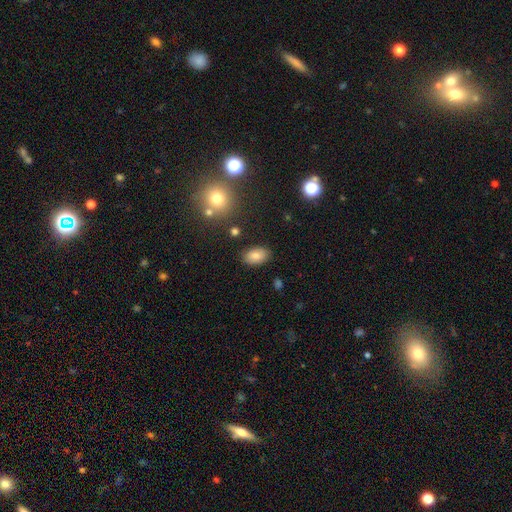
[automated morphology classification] smooth 82%, star or artifact 10%, featured or disk 8%. Down the decision tree: how rounded — in between (90%); merging — none (85%).